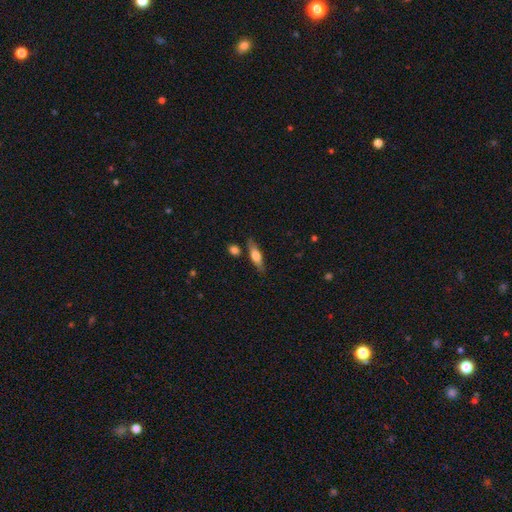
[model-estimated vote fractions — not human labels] This is possibly a smooth galaxy (51%). How rounded: likely cigar-shaped (61%). Merging: likely none (79%).